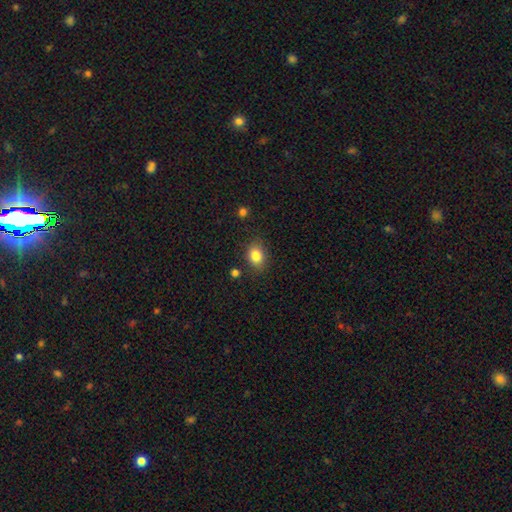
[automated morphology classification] Smooth or featured? Predicted: smooth (p=0.83). How rounded? Predicted: in between (p=0.61). Merging? Predicted: none (p=0.82).